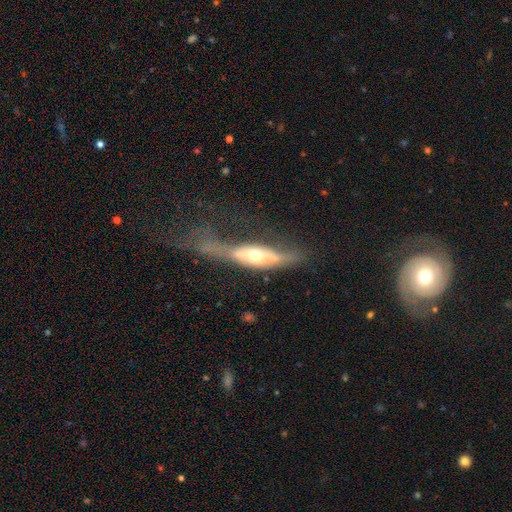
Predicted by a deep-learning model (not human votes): A featured or disk galaxy (58%). Merging: major disturbance (52%).